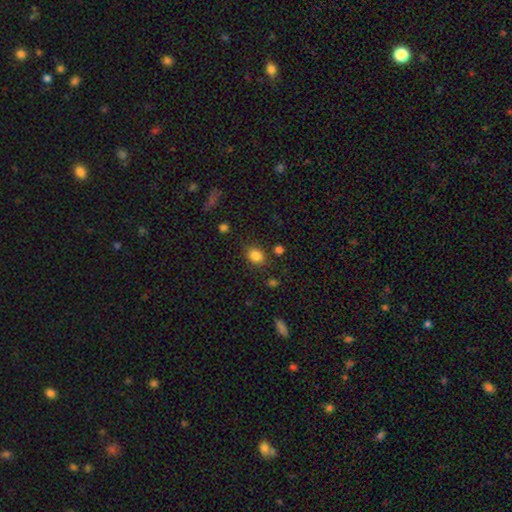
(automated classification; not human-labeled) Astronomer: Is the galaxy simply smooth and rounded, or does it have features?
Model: smooth — 84%.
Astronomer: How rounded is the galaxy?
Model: round — 52% (runner-up: in between, 47%).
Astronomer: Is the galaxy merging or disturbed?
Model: none — 80%.